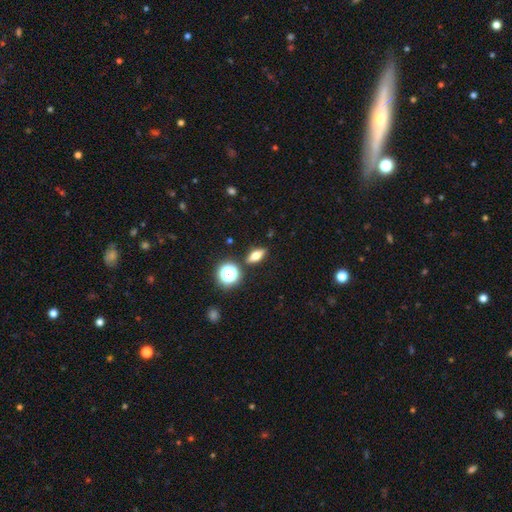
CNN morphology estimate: smooth-or-featured: smooth: 54% | featured or disk: 32% | star or artifact: 15%
  how-rounded: in between: 58% | cigar-shaped: 24% | round: 18%
  merging: none: 86% | minor disturbance: 8% | merger: 3% | major disturbance: 2%